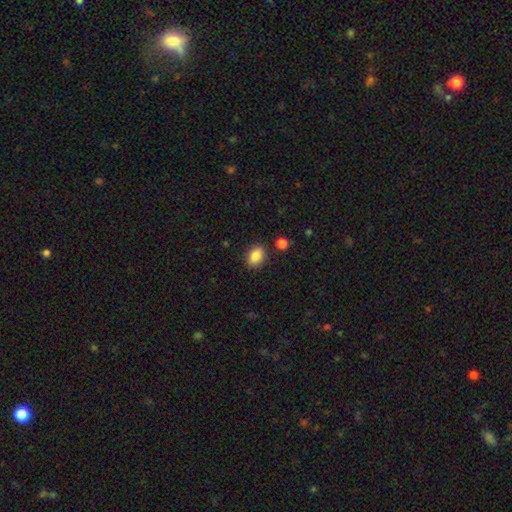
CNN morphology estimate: Overall: smooth (87%). How rounded: in between (80%). Merging: none (84%).